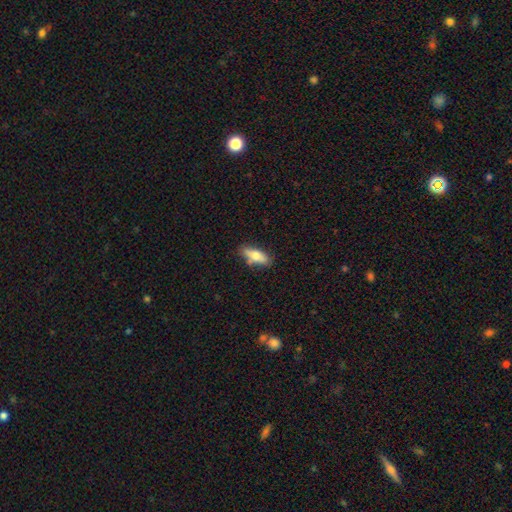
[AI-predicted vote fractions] This is likely a smooth galaxy (72%). How rounded: likely in between (69%). Merging: likely none (74%).